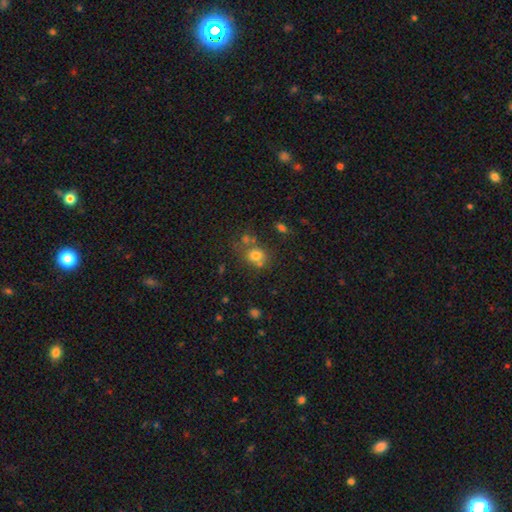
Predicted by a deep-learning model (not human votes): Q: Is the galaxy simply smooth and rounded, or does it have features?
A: smooth — 71%.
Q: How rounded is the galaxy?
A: round — 70%.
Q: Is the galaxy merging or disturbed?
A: none — 55%.